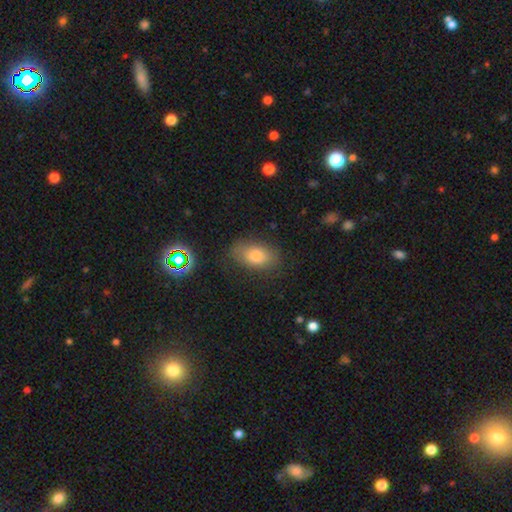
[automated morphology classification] smooth-or-featured: smooth: 75% | featured or disk: 13% | star or artifact: 12%
  how-rounded: in between: 87% | round: 11% | cigar-shaped: 2%
  merging: none: 77% | minor disturbance: 16% | major disturbance: 5% | merger: 2%